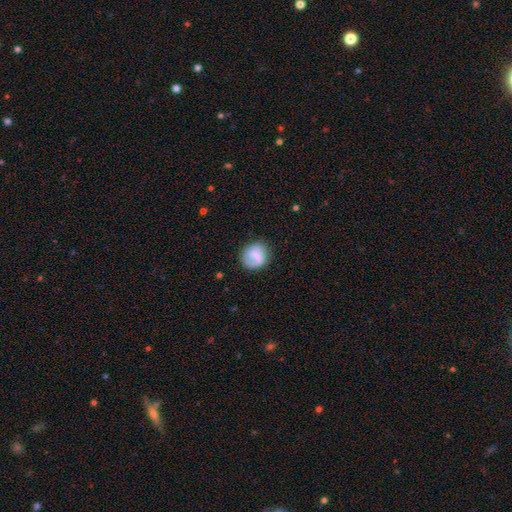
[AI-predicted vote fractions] This is possibly a smooth galaxy (57%). How rounded: clearly round (83%). Merging: likely none (73%).